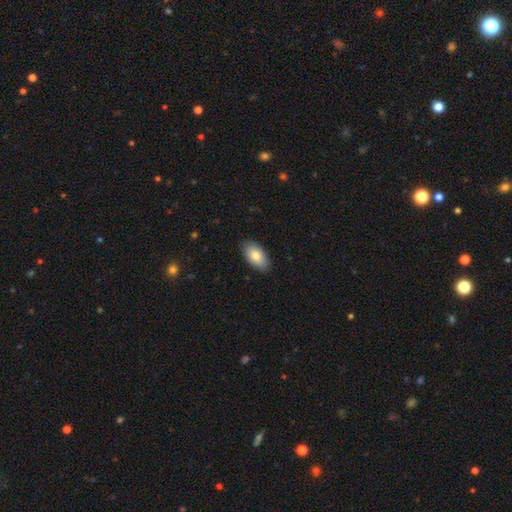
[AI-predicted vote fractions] smooth_or_featured: smooth (p=0.80) [alt: featured or disk p=0.14]
how_rounded: in between (p=0.94) [alt: round p=0.04]
merging: none (p=0.88) [alt: minor disturbance p=0.09]